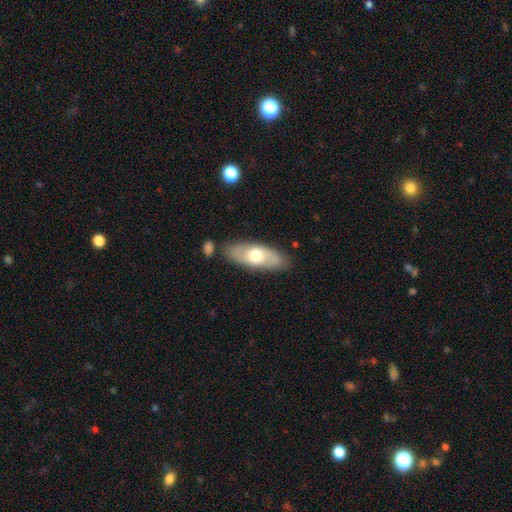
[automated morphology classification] Smooth or featured?
  - smooth: 51% *
  - featured or disk: 43%
  - star or artifact: 5%
How rounded?
  - in between: 77% *
  - cigar-shaped: 20%
  - round: 3%
Merging?
  - none: 80% *
  - minor disturbance: 13%
  - merger: 4%
  - major disturbance: 3%